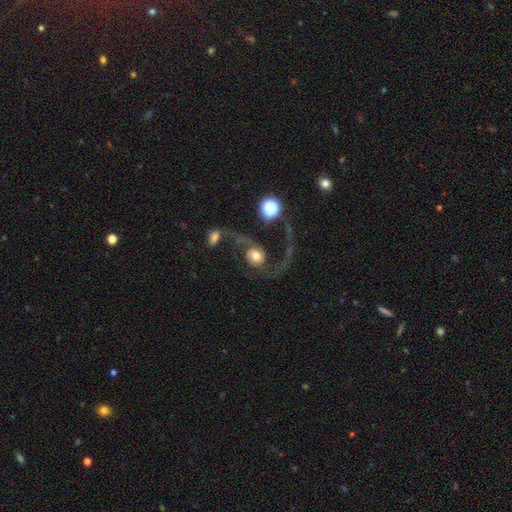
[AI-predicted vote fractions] Q: Smooth or featured?
A: featured or disk (67%); runner-up: smooth (24%)
Q: Edge-on disk?
A: no (97%); runner-up: yes (3%)
Q: Bar?
A: no (75%); runner-up: weak (19%)
Q: Spiral arms?
A: yes (88%); runner-up: no (12%)
Q: Spiral winding?
A: loose (81%); runner-up: medium (16%)
Q: Spiral arm count?
A: 2 (75%); runner-up: 1 (19%)
Q: Bulge size?
A: moderate (55%); runner-up: large (24%)
Q: Merging?
A: major disturbance (38%); runner-up: none (32%)